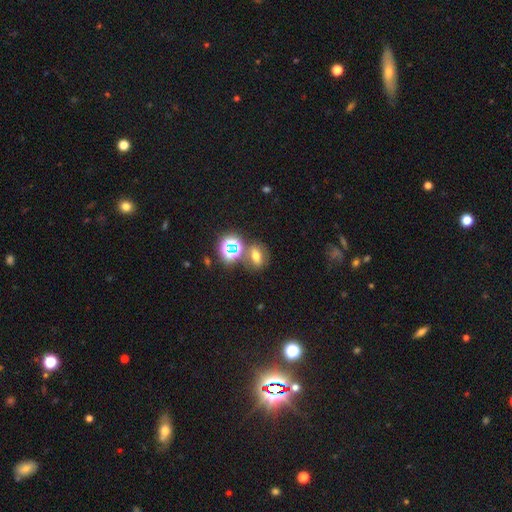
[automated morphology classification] This is possibly a smooth galaxy (50%). How rounded: likely in between (62%). Merging: likely none (64%).